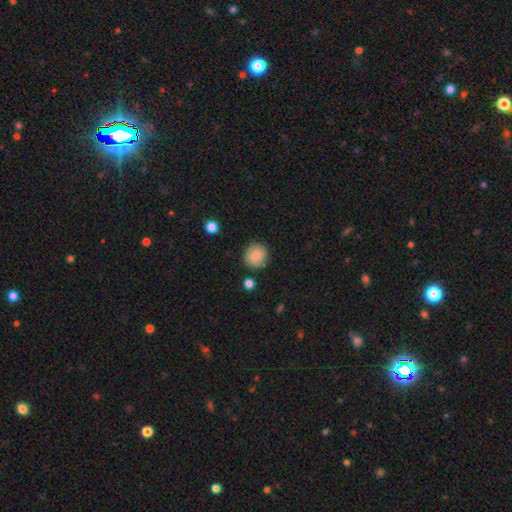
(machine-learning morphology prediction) Overall: smooth (85%). How rounded: round (92%). Merging: none (86%).